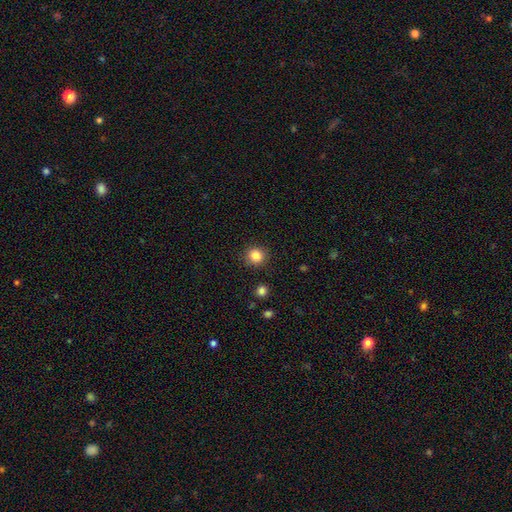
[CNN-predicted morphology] The model was most divided on "smooth or featured": smooth: 84%, star or artifact: 11%, featured or disk: 5%. More confident: how rounded — round (91%); merging — none (90%).